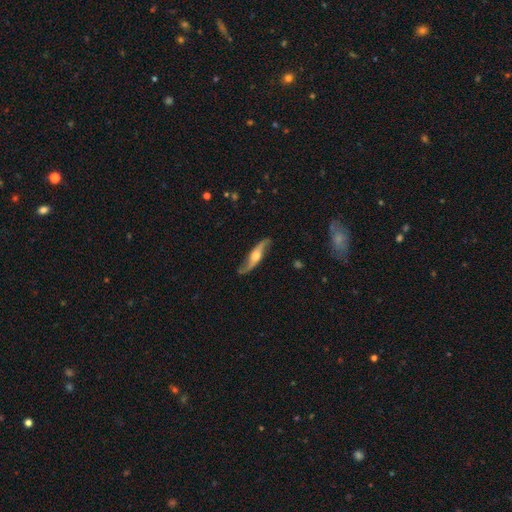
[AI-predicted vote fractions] The model was most divided on "edge-on disk": no: 64%, yes: 36%. More confident: spiral arms — yes (94%); smooth or featured — featured or disk (82%); merging — none (81%); bulge size — moderate (60%); bar — no (60%).